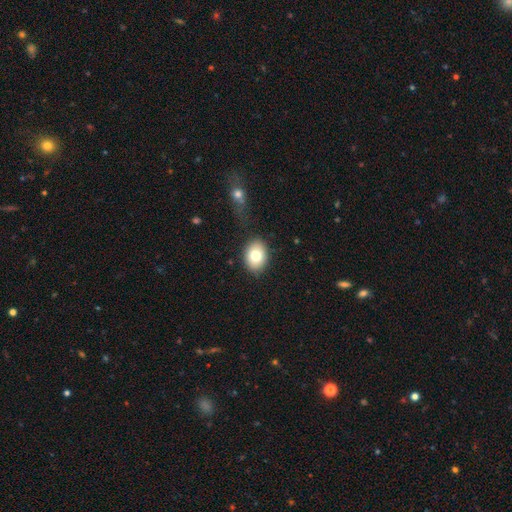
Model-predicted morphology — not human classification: Smooth or featured: smooth — 78% (featured or disk — 14%)
How rounded: in between — 67% (round — 32%)
Merging: none — 81% (minor disturbance — 12%)